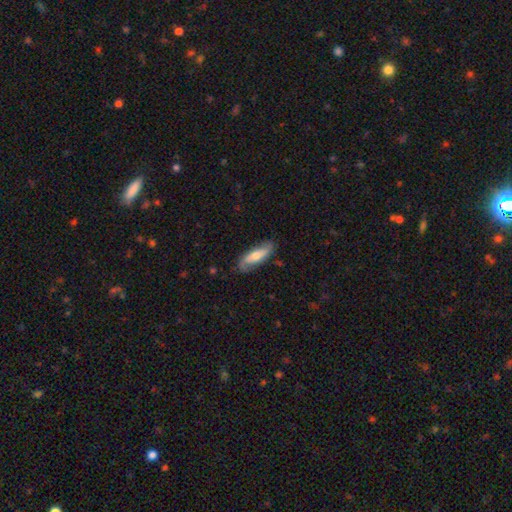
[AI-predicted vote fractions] smooth-or-featured: featured or disk: 52% | smooth: 42% | star or artifact: 6%
  disk-edge-on: no: 73% | yes: 27%
  merging: none: 78% | minor disturbance: 16% | major disturbance: 4% | merger: 1%